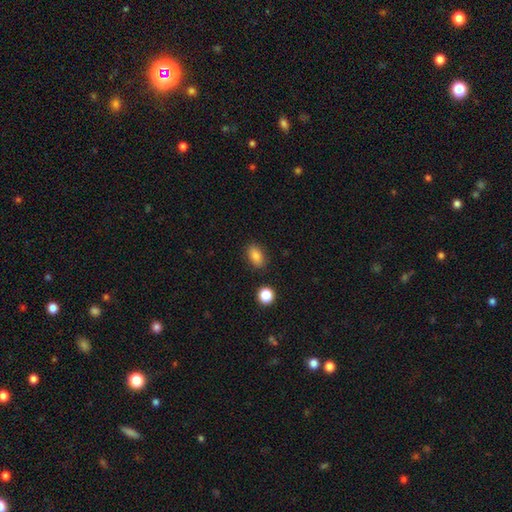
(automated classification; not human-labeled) A smooth galaxy with no disk features (84%) that is in between round and cigar-shaped (86%). Merging: none (85%).